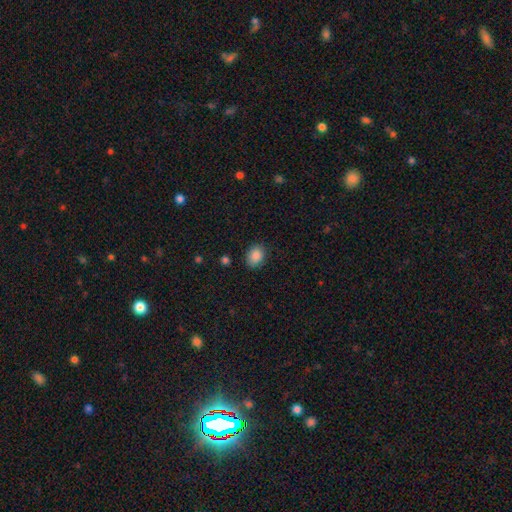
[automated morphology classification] type=smooth (88%); roundness=in between (62%); merging=none (82%).